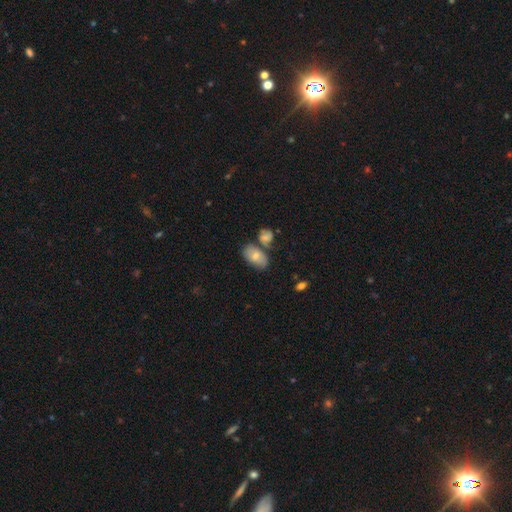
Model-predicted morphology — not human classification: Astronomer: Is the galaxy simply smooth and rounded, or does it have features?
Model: smooth — 66%.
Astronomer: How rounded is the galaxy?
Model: in between — 89%.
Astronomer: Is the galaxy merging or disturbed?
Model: none — 52%.